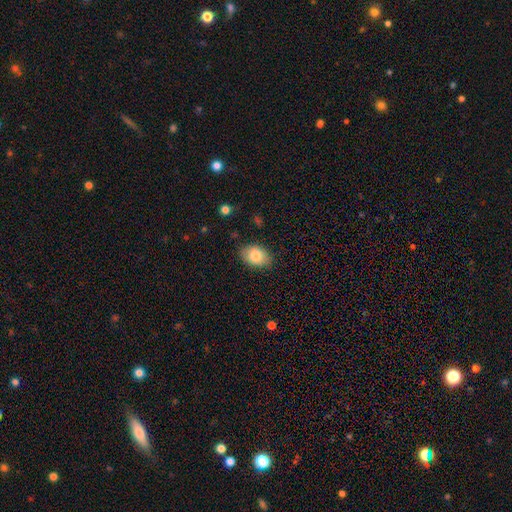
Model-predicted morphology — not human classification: A smooth galaxy with no disk features (84%) that is in between round and cigar-shaped (84%). Merging: none (84%).